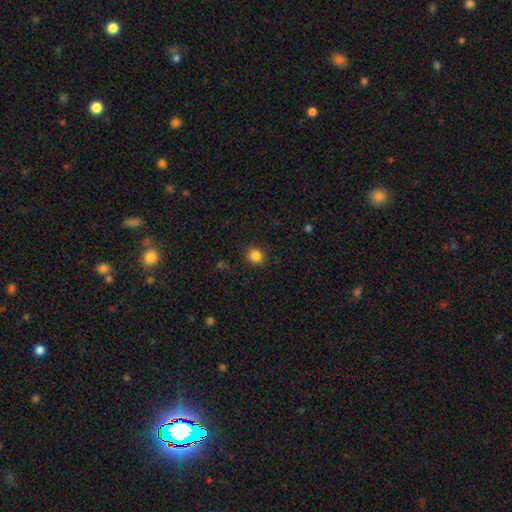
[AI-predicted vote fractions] This appears to be a smooth galaxy with no disk features (85%) that is round (80%). Merging: none (89%).